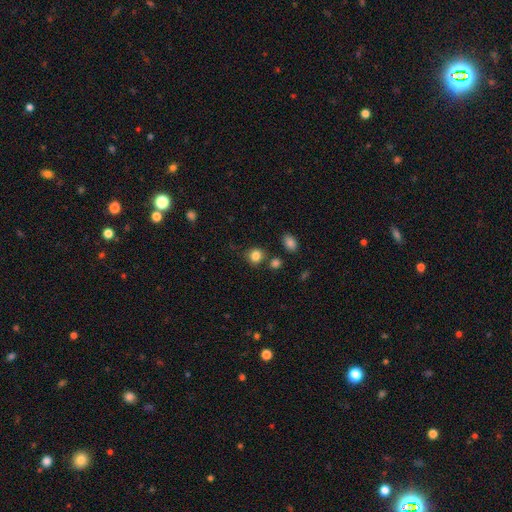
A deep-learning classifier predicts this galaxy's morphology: A smooth galaxy with no disk features (83%) that is round (81%). Merging: none (77%).